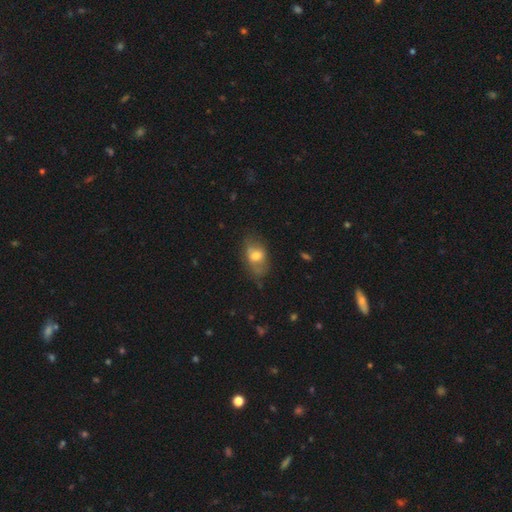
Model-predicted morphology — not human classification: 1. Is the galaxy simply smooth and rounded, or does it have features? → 62% smooth, 30% featured or disk, 8% star or artifact.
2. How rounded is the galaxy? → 84% in between, 13% round, 3% cigar-shaped.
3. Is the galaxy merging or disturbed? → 54% none, 28% minor disturbance, 15% major disturbance, 3% merger.